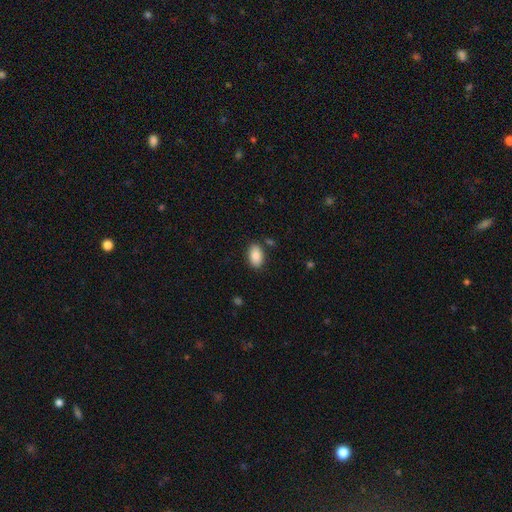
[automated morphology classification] smooth-or-featured: smooth: 86% | featured or disk: 7% | star or artifact: 7%
  how-rounded: in between: 92% | round: 6% | cigar-shaped: 1%
  merging: none: 84% | minor disturbance: 10% | merger: 3% | major disturbance: 2%